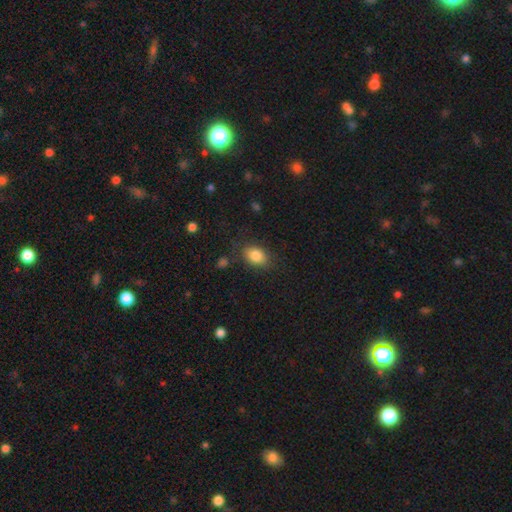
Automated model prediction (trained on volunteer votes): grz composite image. It shows a smooth galaxy with no disk features (84%) that is in between round and cigar-shaped (70%). Merging: none (77%).